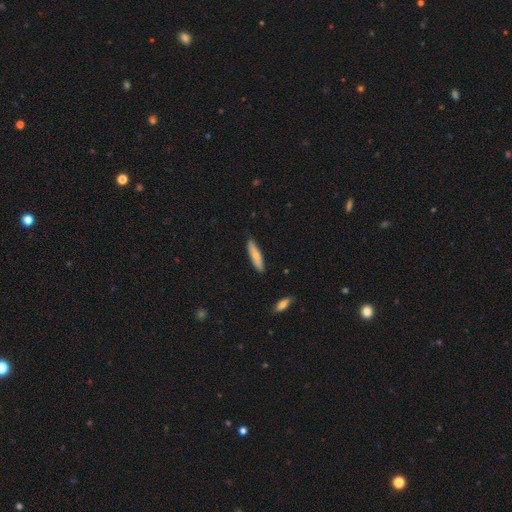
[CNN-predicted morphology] This appears to be a smooth galaxy with no disk features (75%) that is cigar-shaped (79%). Merging: none (89%).